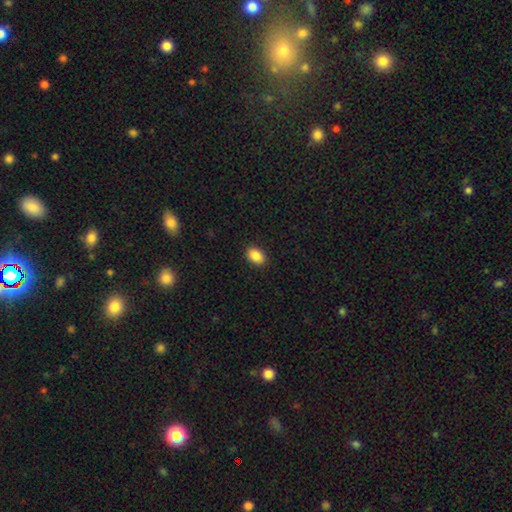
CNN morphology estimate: smooth_or_featured: smooth (p=0.89) [alt: star or artifact p=0.08]
how_rounded: in between (p=0.85) [alt: round p=0.14]
merging: none (p=0.90) [alt: minor disturbance p=0.07]